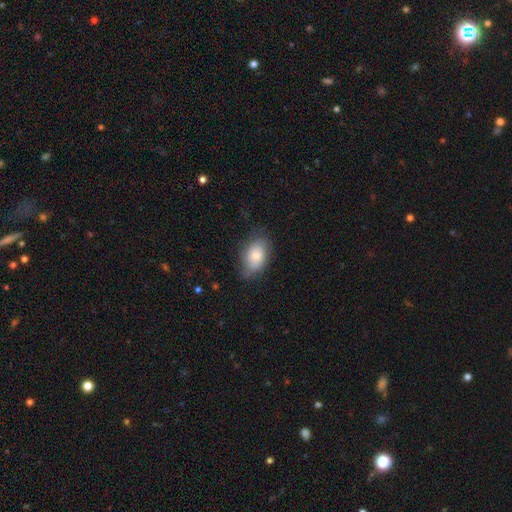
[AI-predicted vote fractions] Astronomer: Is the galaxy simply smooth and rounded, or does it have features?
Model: smooth — 73%.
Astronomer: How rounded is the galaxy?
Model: in between — 87%.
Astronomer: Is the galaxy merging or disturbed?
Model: none — 66%.